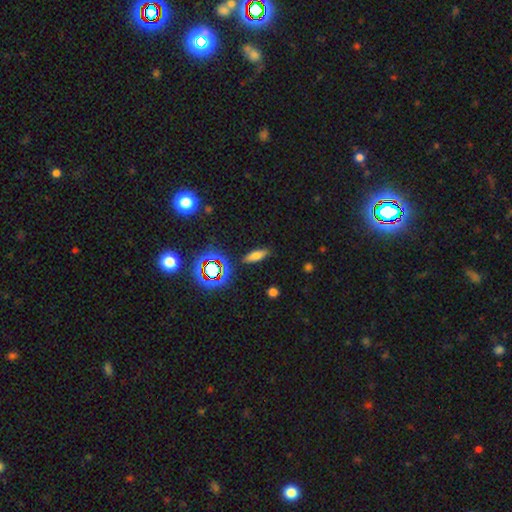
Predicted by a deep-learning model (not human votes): smooth_or_featured: smooth (p=0.66) [alt: star or artifact p=0.19]
how_rounded: in between (p=0.55) [alt: cigar-shaped p=0.40]
merging: none (p=0.86) [alt: minor disturbance p=0.09]